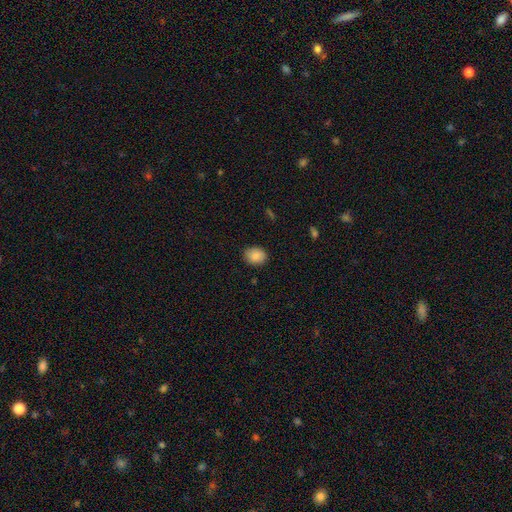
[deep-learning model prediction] Smooth or featured: smooth — 87% (star or artifact — 8%)
How rounded: round — 58% (in between — 41%)
Merging: none — 86% (minor disturbance — 10%)